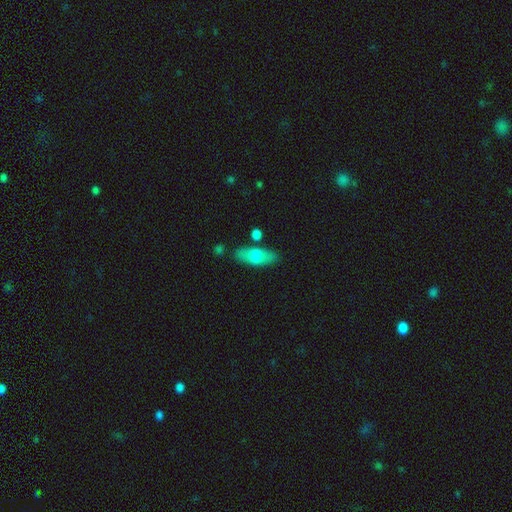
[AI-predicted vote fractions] This is likely a smooth galaxy (66%). How rounded: likely in between (71%). Merging: likely none (79%).